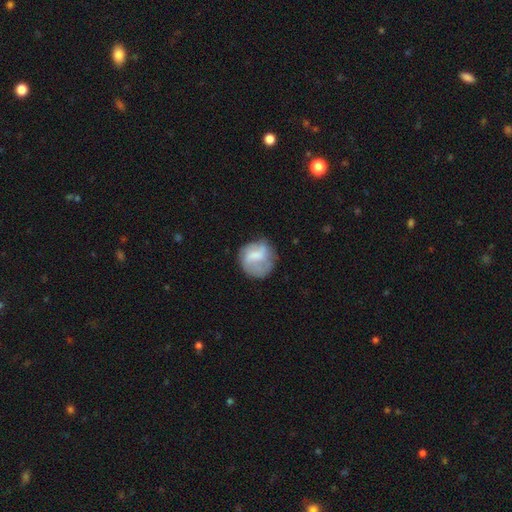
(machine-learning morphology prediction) Smooth or featured? smooth (54%)
How rounded? round (80%)
Merging? none (57%)